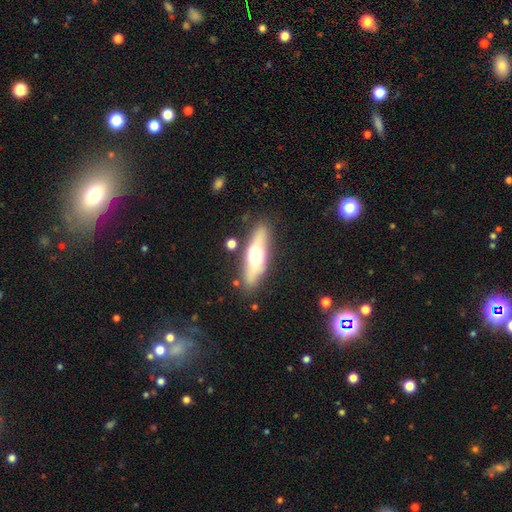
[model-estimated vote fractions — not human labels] Smooth or featured?
  - featured or disk: 48% *
  - smooth: 46%
  - star or artifact: 6%
Merging?
  - none: 81% *
  - minor disturbance: 12%
  - merger: 3%
  - major disturbance: 3%